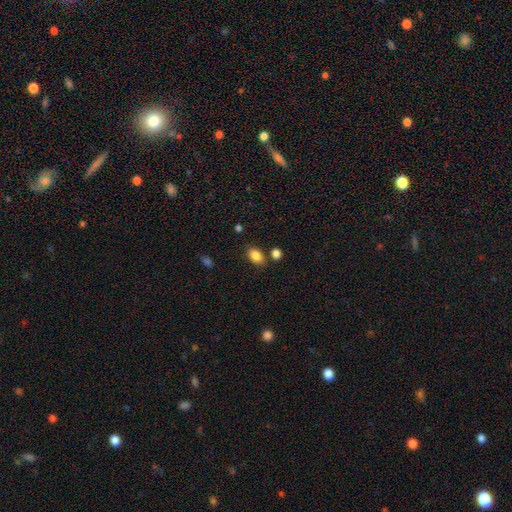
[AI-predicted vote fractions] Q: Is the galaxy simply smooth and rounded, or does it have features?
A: smooth — 86%.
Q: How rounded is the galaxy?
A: in between — 85%.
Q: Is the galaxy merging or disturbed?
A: none — 79%.